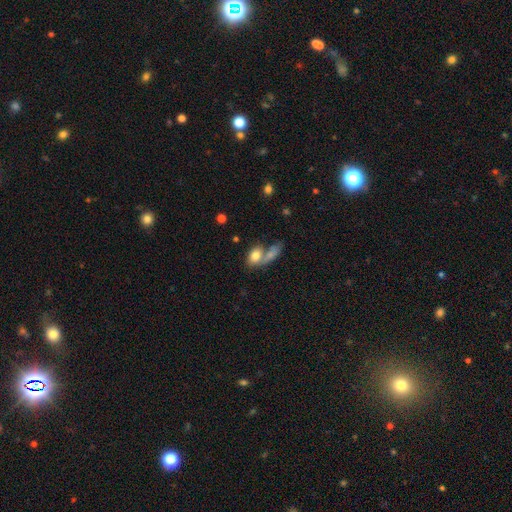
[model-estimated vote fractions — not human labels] smooth-or-featured: smooth: 77% | featured or disk: 16% | star or artifact: 8%
  how-rounded: in between: 80% | round: 15% | cigar-shaped: 5%
  merging: merger: 51% | none: 32% | minor disturbance: 10% | major disturbance: 7%